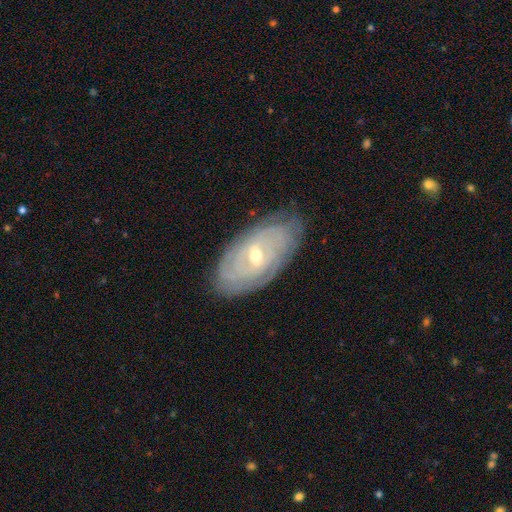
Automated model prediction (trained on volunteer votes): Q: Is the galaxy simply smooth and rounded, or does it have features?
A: featured or disk — 79%.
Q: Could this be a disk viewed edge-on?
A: no — 92%.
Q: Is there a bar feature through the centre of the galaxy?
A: weak — 49%.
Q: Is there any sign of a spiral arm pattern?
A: yes — 90%.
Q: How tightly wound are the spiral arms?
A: tight — 79%.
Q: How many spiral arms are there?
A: can't tell — 52%.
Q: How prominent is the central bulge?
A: moderate — 53%.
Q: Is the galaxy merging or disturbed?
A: none — 81%.